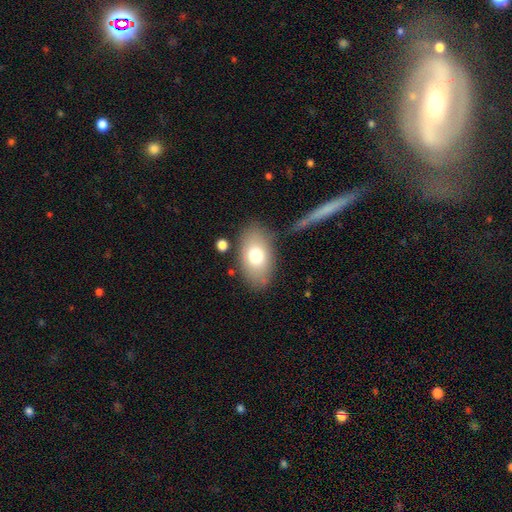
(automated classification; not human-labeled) smooth_or_featured: smooth (p=0.74) [alt: featured or disk p=0.19]
how_rounded: in between (p=0.90) [alt: round p=0.08]
merging: none (p=0.77) [alt: minor disturbance p=0.13]